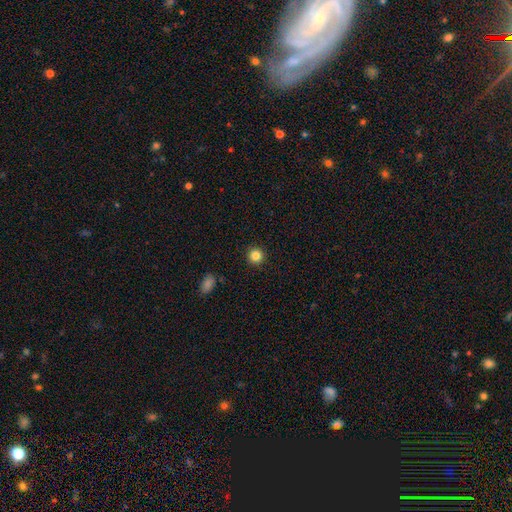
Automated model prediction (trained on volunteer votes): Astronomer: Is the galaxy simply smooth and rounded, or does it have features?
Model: smooth — 84%.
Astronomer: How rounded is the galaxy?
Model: round — 94%.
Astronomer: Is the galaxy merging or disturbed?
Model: none — 92%.